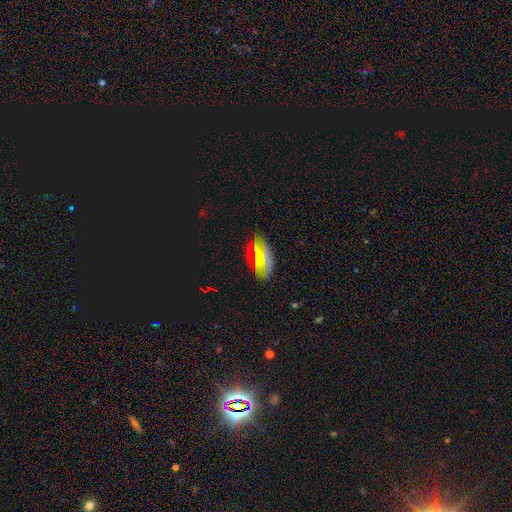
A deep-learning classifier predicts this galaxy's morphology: Overall: smooth (57%; star or artifact 26%). How rounded: in between (86%). Merging: none (78%).